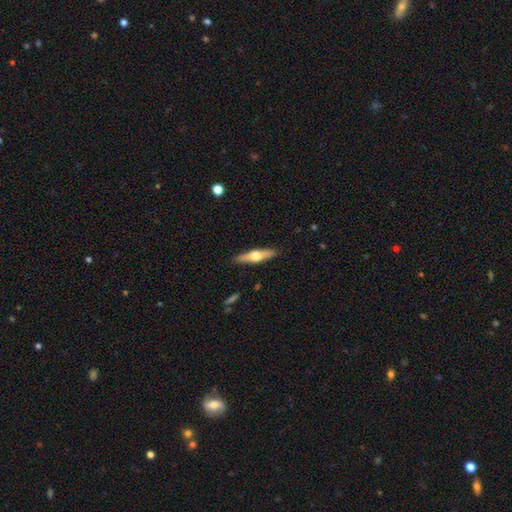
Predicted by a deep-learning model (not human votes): Smooth or featured? featured or disk (55%)
Edge-on disk? yes (93%)
Edge-on bulge? rounded (94%)
Merging? none (89%)